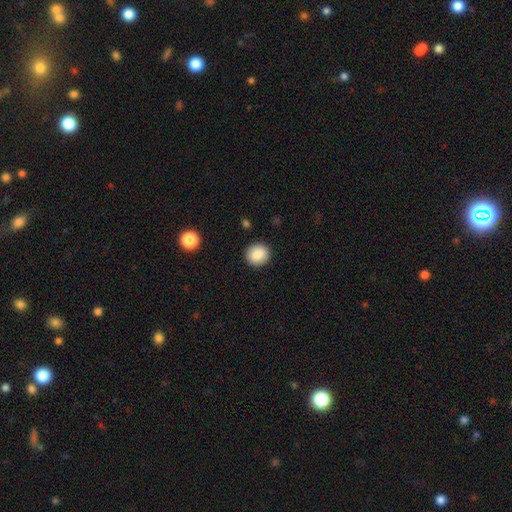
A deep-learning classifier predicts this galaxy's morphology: A smooth galaxy with no disk features (87%) that is round (89%). Merging: none (91%).